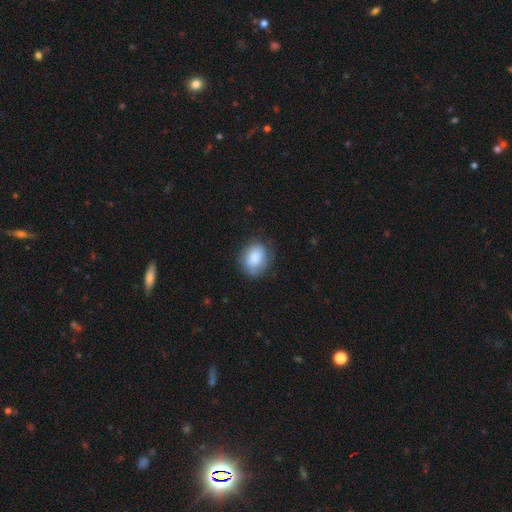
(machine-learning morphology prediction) The model was most divided on "how rounded": in between: 52%, round: 47%, cigar-shaped: 1%. More confident: smooth or featured — smooth (80%); merging — none (67%).